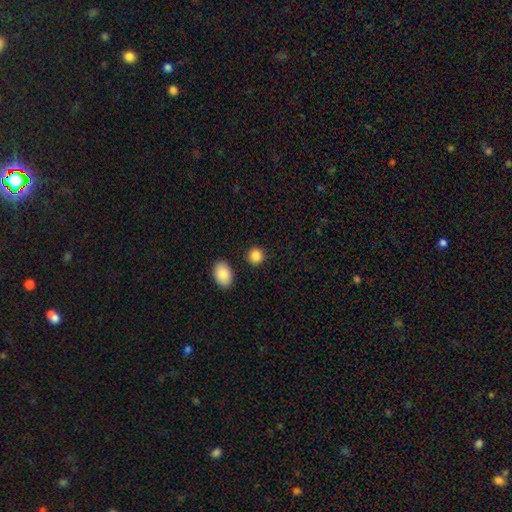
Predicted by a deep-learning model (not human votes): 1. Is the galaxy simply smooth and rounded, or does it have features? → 87% smooth, 9% star or artifact, 4% featured or disk.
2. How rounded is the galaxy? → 83% round, 16% in between, 1% cigar-shaped.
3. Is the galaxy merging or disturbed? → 87% none, 7% minor disturbance, 4% merger, 3% major disturbance.